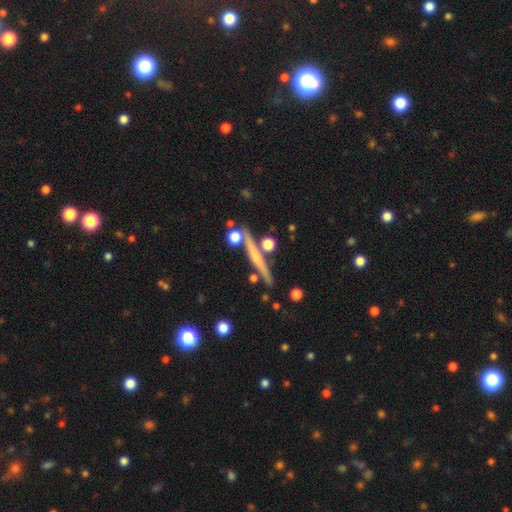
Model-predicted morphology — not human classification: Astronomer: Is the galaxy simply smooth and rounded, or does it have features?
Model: featured or disk — 57% (runner-up: smooth, 35%).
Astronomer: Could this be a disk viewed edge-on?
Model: yes — 96%.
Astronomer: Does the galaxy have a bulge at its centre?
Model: none — 55% (runner-up: rounded, 35%).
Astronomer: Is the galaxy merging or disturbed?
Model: none — 80%.